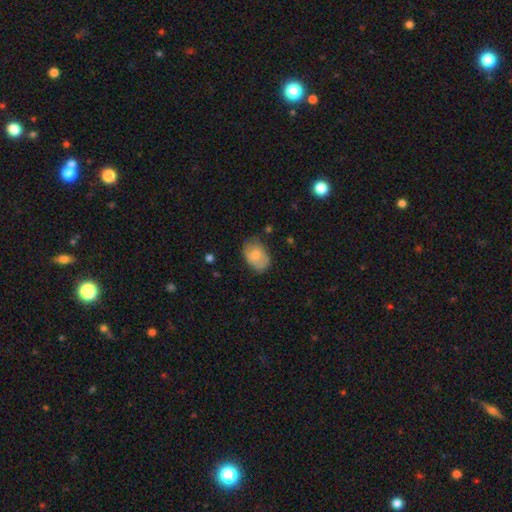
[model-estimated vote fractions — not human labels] Overall: smooth (74%). How rounded: in between (80%). Merging: none (63%; minor disturbance 29%).